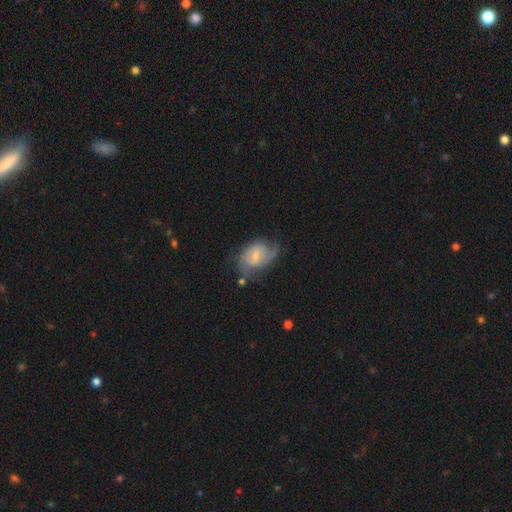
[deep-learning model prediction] Smooth or featured? featured or disk (67%)
Edge-on disk? no (97%)
Bar? weak (55%)
Spiral arms? yes (87%)
Spiral winding? medium (44%)
Spiral arm count? 2 (55%)
Bulge size? small (56%)
Merging? none (50%)